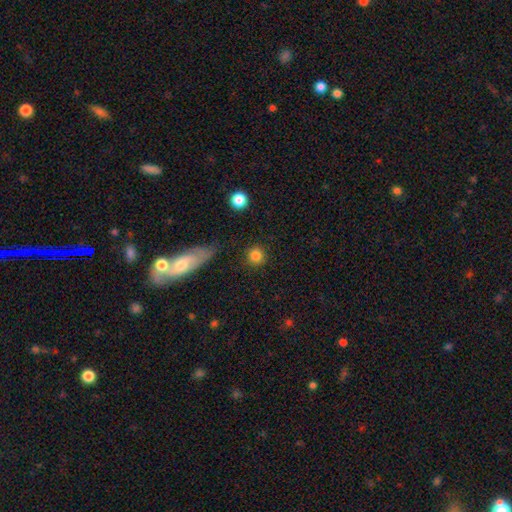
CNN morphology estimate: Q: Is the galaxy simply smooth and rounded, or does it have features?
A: smooth — 84%.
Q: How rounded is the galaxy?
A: round — 92%.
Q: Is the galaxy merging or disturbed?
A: none — 86%.